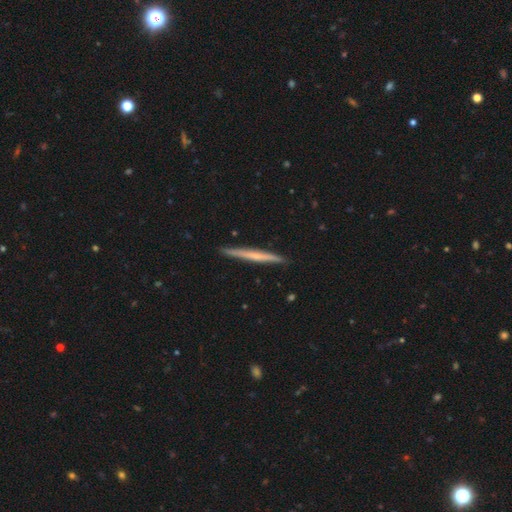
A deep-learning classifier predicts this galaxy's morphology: featured or disk 53%, smooth 42%, star or artifact 5%. Down the decision tree: edge-on disk — yes (98%); edge-on bulge — none (71%); merging — none (92%).